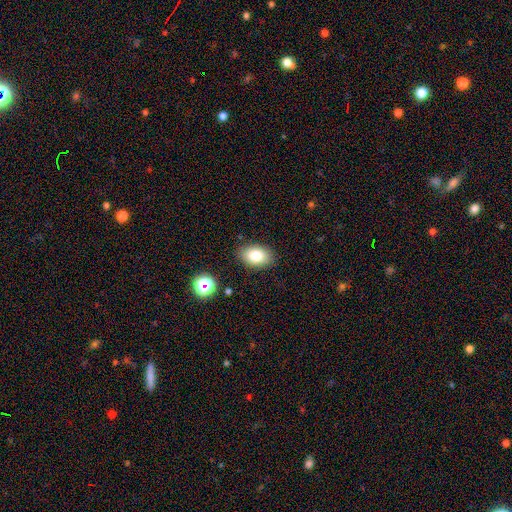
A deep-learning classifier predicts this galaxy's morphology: Q: Smooth or featured?
A: smooth (80%); runner-up: featured or disk (10%)
Q: How rounded?
A: in between (85%); runner-up: round (14%)
Q: Merging?
A: none (86%); runner-up: minor disturbance (10%)